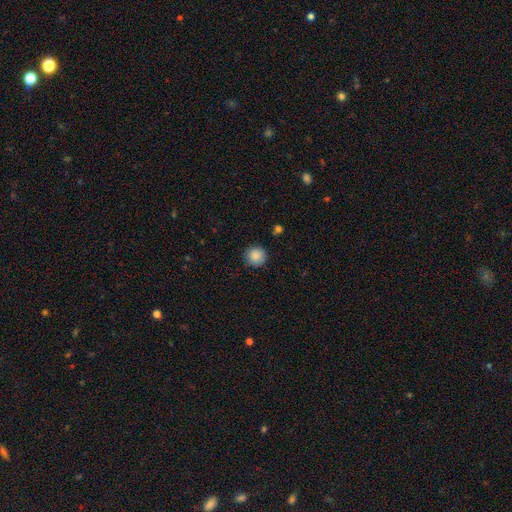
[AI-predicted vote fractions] A smooth galaxy with no disk features (88%) that is round (94%).

Vote fractions:
- Smooth or featured? smooth: 88% / star or artifact: 9% / featured or disk: 4%
- How rounded? round: 94% / in between: 5% / cigar-shaped: 1%
- Merging? none: 88% / minor disturbance: 8% / major disturbance: 2% / merger: 1%